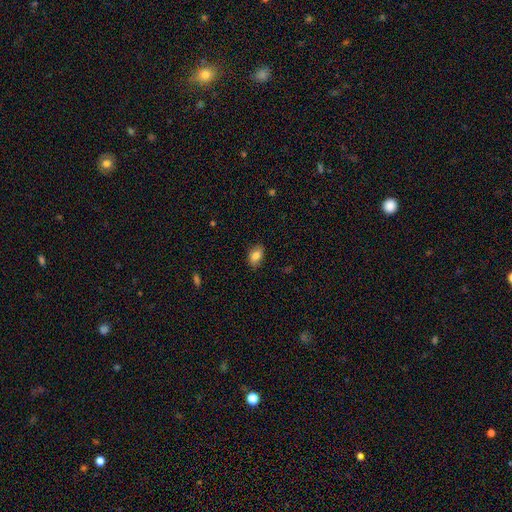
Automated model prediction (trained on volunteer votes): Smooth or featured?
  - smooth: 83% *
  - featured or disk: 9%
  - star or artifact: 8%
How rounded?
  - in between: 87% *
  - round: 11%
  - cigar-shaped: 2%
Merging?
  - none: 84% *
  - minor disturbance: 12%
  - major disturbance: 2%
  - merger: 1%